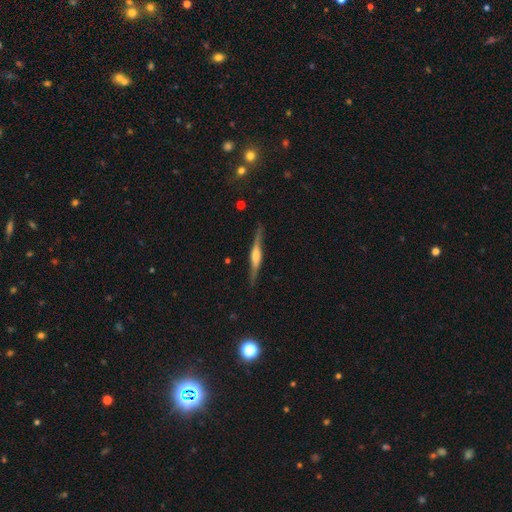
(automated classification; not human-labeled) Smooth or featured? Predicted: featured or disk (p=0.72). Edge-on disk? Predicted: yes (p=0.96). Edge-on bulge? Predicted: rounded (p=0.58). Merging? Predicted: none (p=0.83).